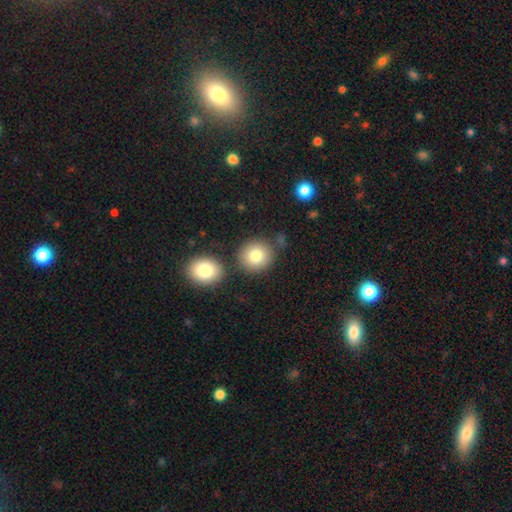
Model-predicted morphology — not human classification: The model was most divided on "merging": none: 74%, merger: 14%, minor disturbance: 9%, major disturbance: 3%. More confident: how rounded — round (85%); smooth or featured — smooth (82%).